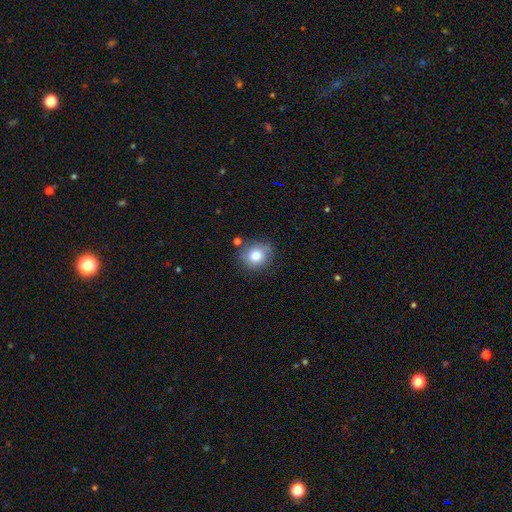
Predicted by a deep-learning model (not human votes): This appears to be a smooth galaxy with no disk features (80%) that is round (75%). Merging: none (73%).